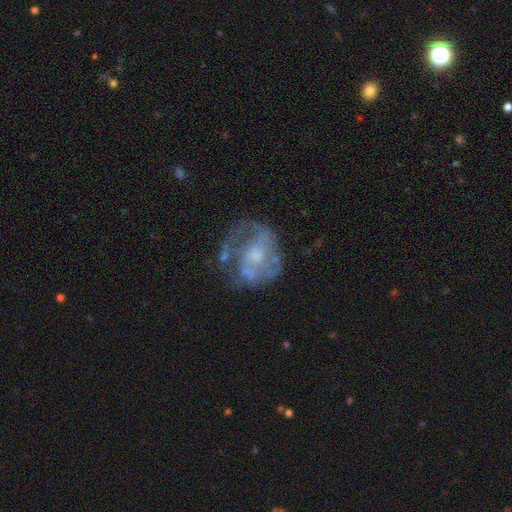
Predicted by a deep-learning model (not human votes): Smooth or featured? Predicted: featured or disk (p=0.72). Edge-on disk? Predicted: no (p=0.97). Bar? Predicted: no (p=0.67). Spiral arms? Predicted: yes (p=0.59). Bulge size? Predicted: moderate (p=0.46). Merging? Predicted: none (p=0.52).